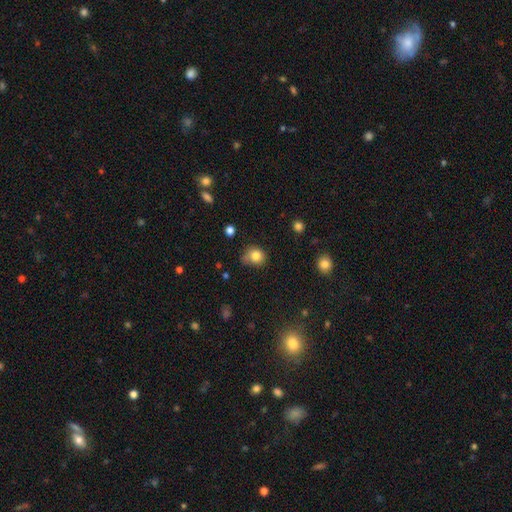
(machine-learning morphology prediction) Overall: smooth (81%). How rounded: round (72%). Merging: none (55%; minor disturbance 31%).